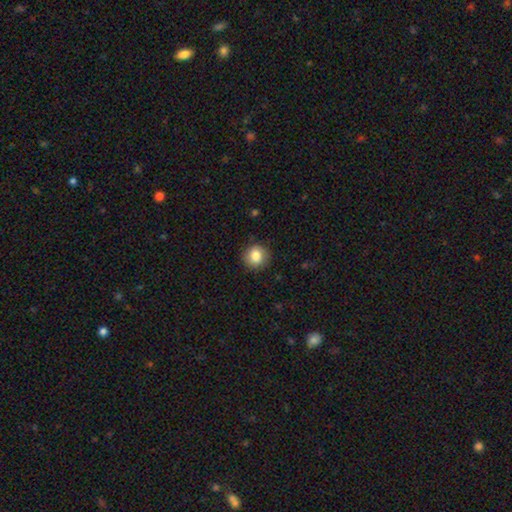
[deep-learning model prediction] Smooth or featured?
  - smooth: 83% *
  - star or artifact: 9%
  - featured or disk: 8%
How rounded?
  - round: 87% *
  - in between: 12%
  - cigar-shaped: 1%
Merging?
  - none: 86% *
  - minor disturbance: 10%
  - major disturbance: 3%
  - merger: 1%